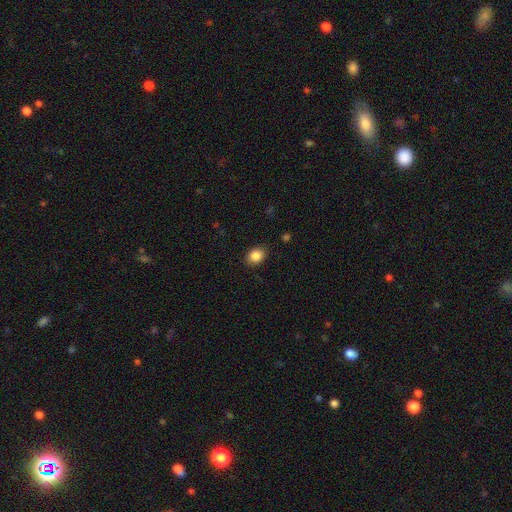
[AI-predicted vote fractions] smooth-or-featured: smooth: 87% | star or artifact: 9% | featured or disk: 4%
  how-rounded: in between: 54% | round: 45% | cigar-shaped: 1%
  merging: none: 86% | minor disturbance: 11% | major disturbance: 3% | merger: 1%